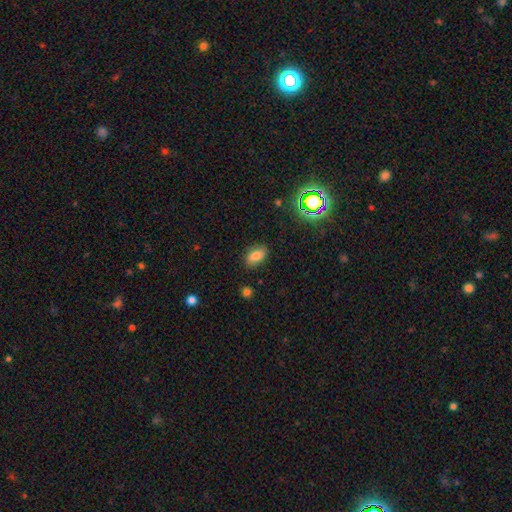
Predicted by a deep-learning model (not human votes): A smooth galaxy with no disk features (79%) that is in between round and cigar-shaped (90%).

Vote fractions:
- Smooth or featured? smooth: 79% / star or artifact: 12% / featured or disk: 10%
- How rounded? in between: 90% / round: 7% / cigar-shaped: 3%
- Merging? none: 84% / minor disturbance: 12% / major disturbance: 3% / merger: 2%